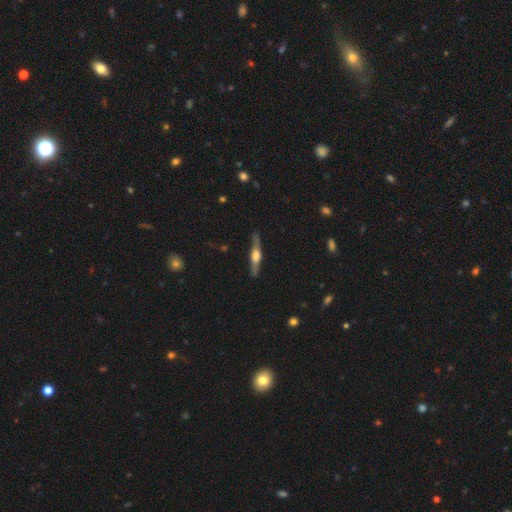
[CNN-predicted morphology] Overall: featured or disk (74%). Edge-on disk: yes (96%). Edge-on bulge: rounded (85%). Merging: none (86%).